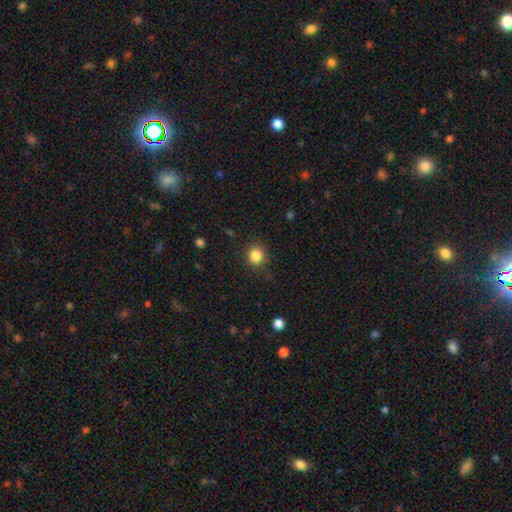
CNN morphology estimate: type=smooth (85%); roundness=round (84%); merging=none (84%).